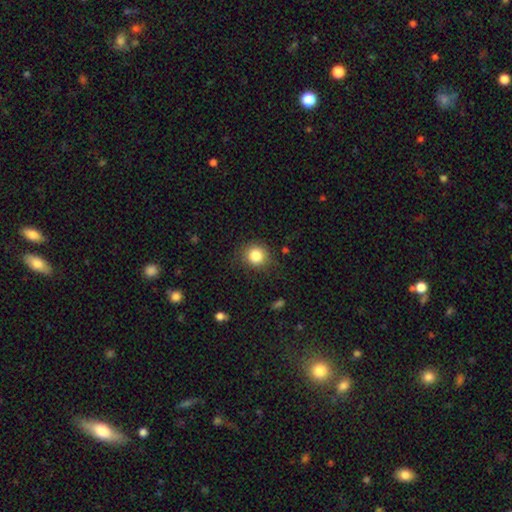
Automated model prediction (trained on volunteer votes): Q: Smooth or featured?
A: smooth (84%); runner-up: star or artifact (11%)
Q: How rounded?
A: round (88%); runner-up: in between (11%)
Q: Merging?
A: none (81%); runner-up: minor disturbance (14%)